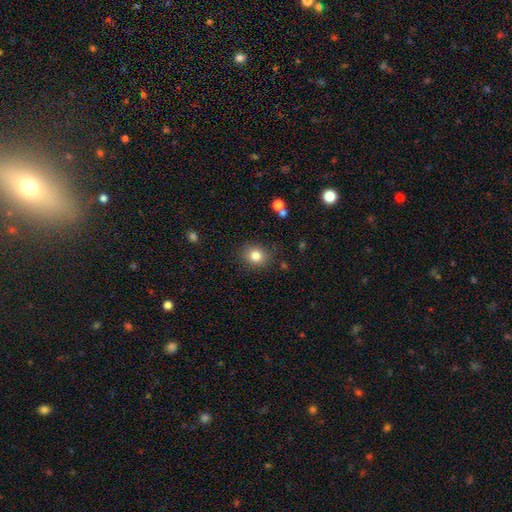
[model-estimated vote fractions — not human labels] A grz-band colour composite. It shows a smooth galaxy with no disk features (83%) that is round (71%). Merging: none (84%).